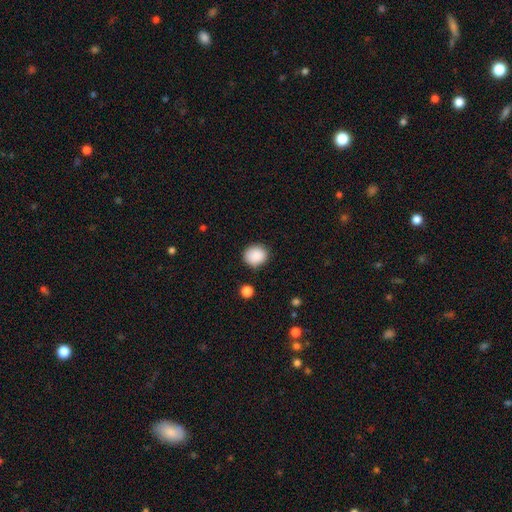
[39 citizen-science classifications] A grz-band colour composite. It shows a smooth galaxy with no disk features (87%) that is round (71%). Merging: none (94%).